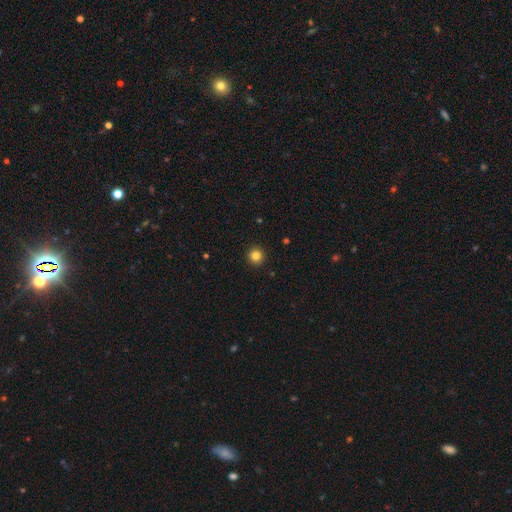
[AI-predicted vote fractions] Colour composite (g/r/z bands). It shows a smooth galaxy with no disk features (83%) that is round (95%). Merging: none (93%).